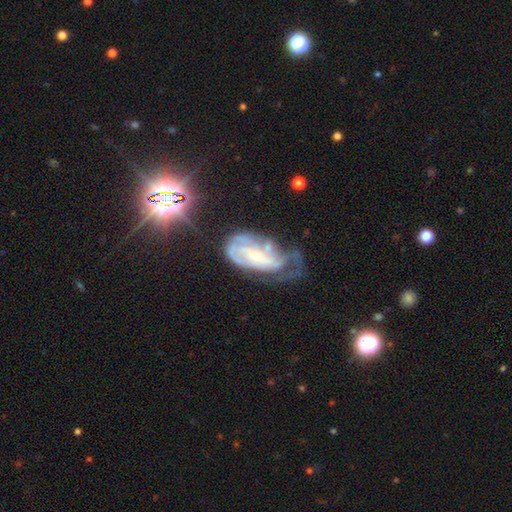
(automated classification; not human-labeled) A featured or disk galaxy (74%) with no bar (66%), tight (55%) spiral arms (80%) and a small central bulge (75%).

Vote fractions:
- Smooth or featured? featured or disk: 74% / smooth: 15% / star or artifact: 11%
- Edge-on disk? no: 94% / yes: 6%
- Bar? no: 66% / weak: 25% / strong: 9%
- Spiral arms? yes: 80% / no: 20%
- Spiral winding? tight: 55% / medium: 31% / loose: 14%
- Spiral arm count? can't tell: 50% / 2: 23% / 3: 11% / 1: 8% / 4: 5% / more than 4: 3%
- Bulge size? small: 75% / moderate: 19% / none: 3% / large: 1% / dominant: 1%
- Merging? major disturbance: 37% / minor disturbance: 28% / none: 28% / merger: 8%